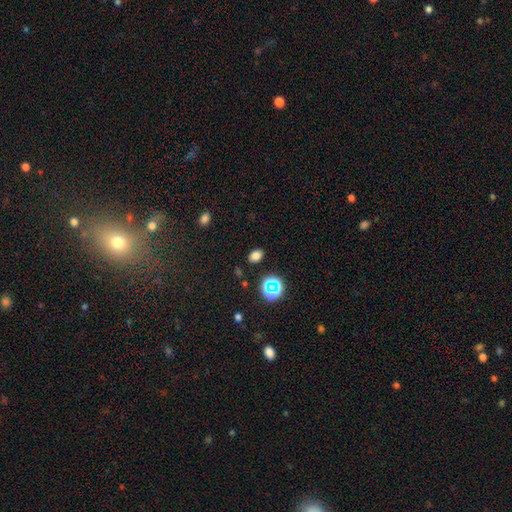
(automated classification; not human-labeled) Overall: smooth (75%). How rounded: in between (71%). Merging: none (85%).